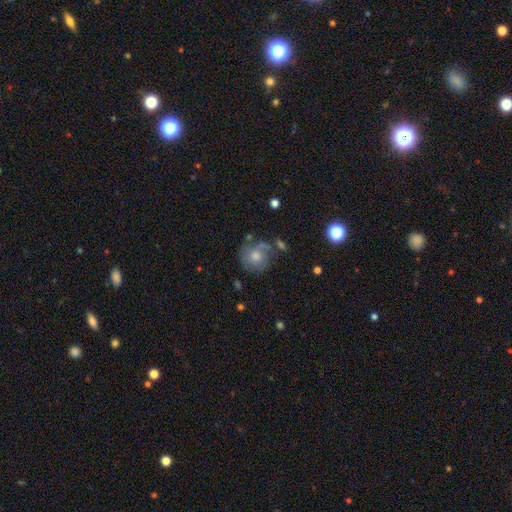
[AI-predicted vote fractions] Overall: smooth (46%; featured or disk 40%). Merging: none (62%).